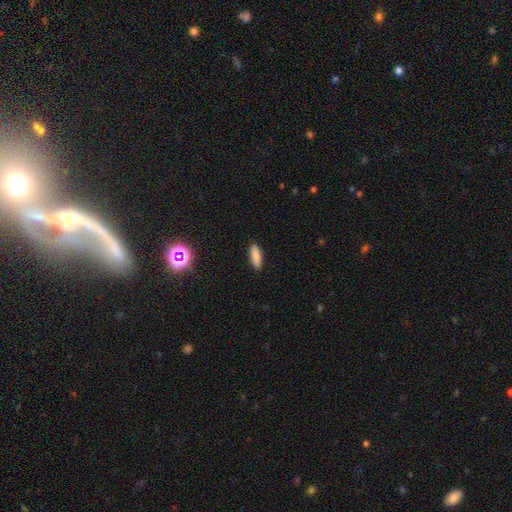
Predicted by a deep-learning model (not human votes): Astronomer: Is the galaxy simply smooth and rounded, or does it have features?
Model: smooth — 87%.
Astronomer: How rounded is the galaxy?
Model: in between — 53% (runner-up: cigar-shaped, 45%).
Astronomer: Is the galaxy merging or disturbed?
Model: none — 89%.